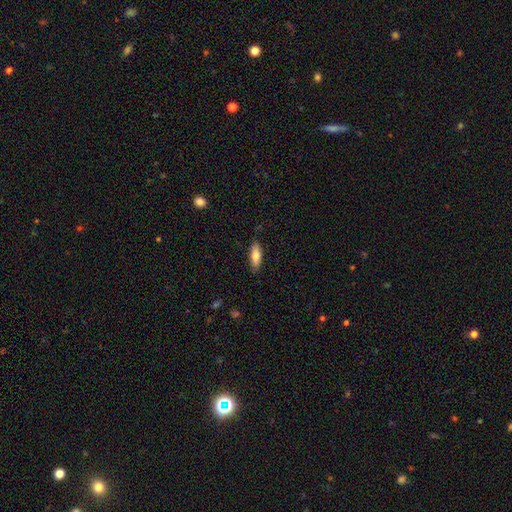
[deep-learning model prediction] This is likely a smooth galaxy (73%). How rounded: possibly in between (57%). Merging: clearly none (84%).